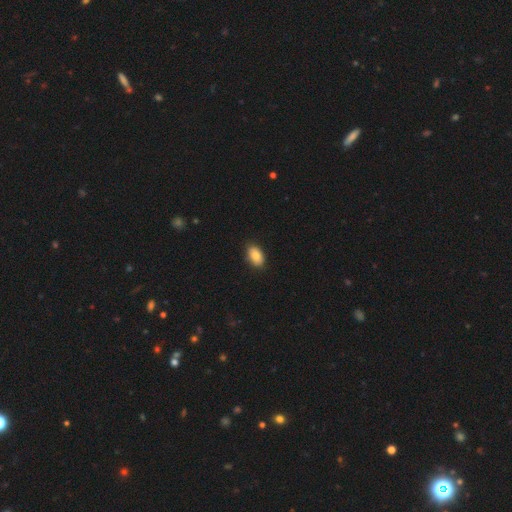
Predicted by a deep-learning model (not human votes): Smooth or featured? smooth (85%)
How rounded? in between (92%)
Merging? none (87%)